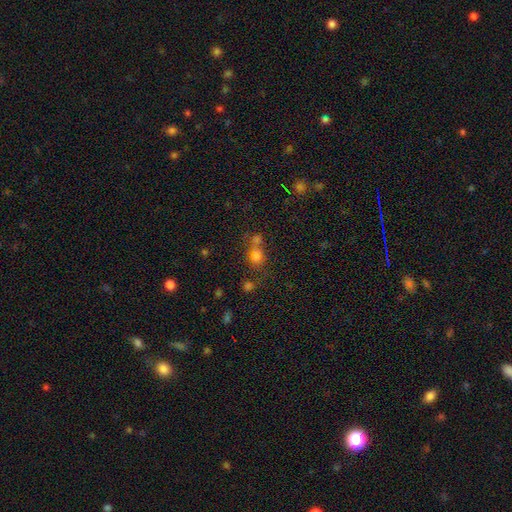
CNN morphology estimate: Overall: smooth (71%). How rounded: round (53%; in between 45%). Merging: merger (41%; none 40%).